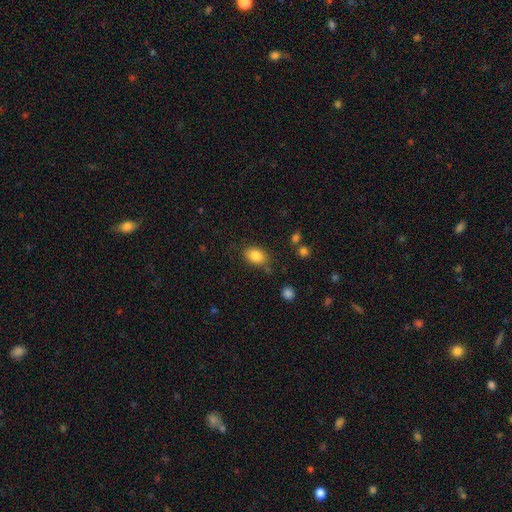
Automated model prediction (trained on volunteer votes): This is clearly a smooth galaxy (84%). How rounded: likely in between (76%). Merging: likely none (73%).